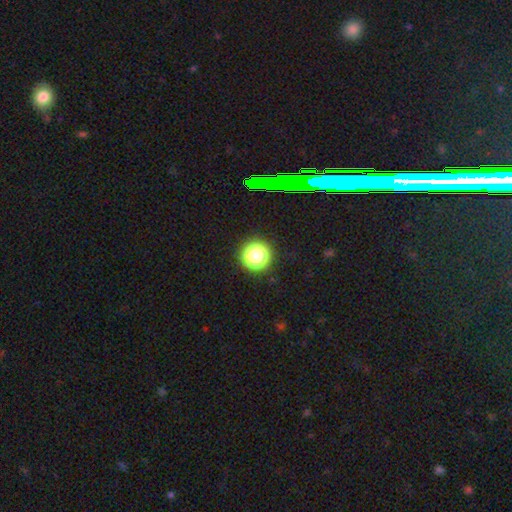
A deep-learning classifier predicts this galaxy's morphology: This appears to be a smooth galaxy with no disk features (52%) that is round (93%). Merging: none (85%).